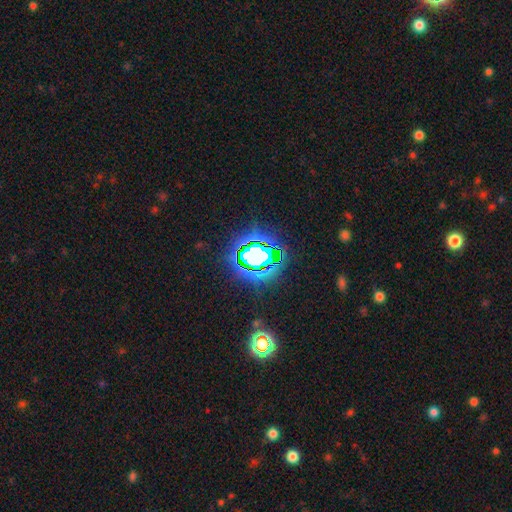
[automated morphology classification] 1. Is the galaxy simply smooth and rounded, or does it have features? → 70% star or artifact, 18% smooth, 13% featured or disk.